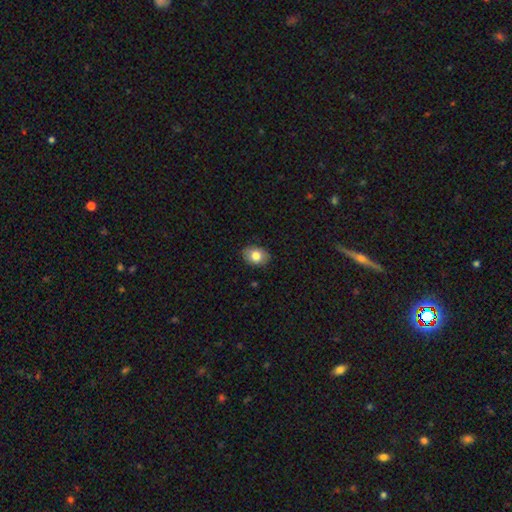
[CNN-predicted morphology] smooth-or-featured: smooth: 80% | featured or disk: 12% | star or artifact: 8%
  how-rounded: in between: 70% | round: 29% | cigar-shaped: 1%
  merging: none: 87% | minor disturbance: 10% | major disturbance: 2% | merger: 1%